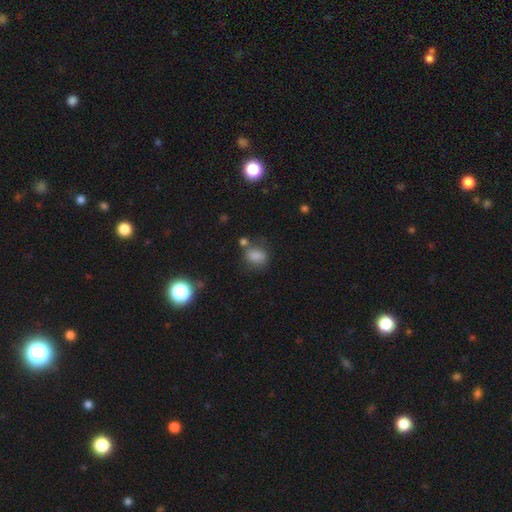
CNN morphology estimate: smooth-or-featured: smooth: 80% | star or artifact: 13% | featured or disk: 7%
  how-rounded: in between: 63% | round: 36% | cigar-shaped: 2%
  merging: none: 58% | minor disturbance: 21% | merger: 12% | major disturbance: 9%